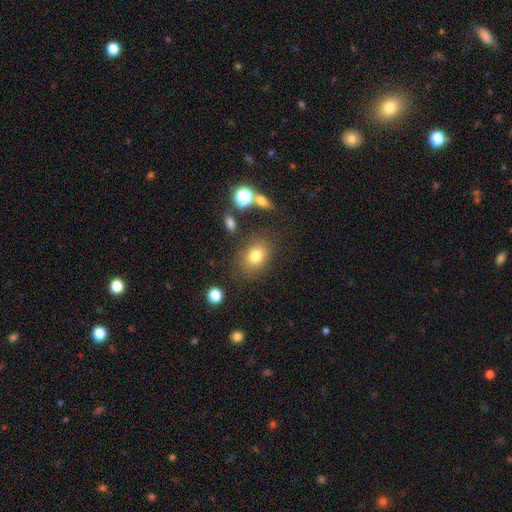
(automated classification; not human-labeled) Smooth or featured? smooth (76%)
How rounded? in between (57%)
Merging? none (78%)